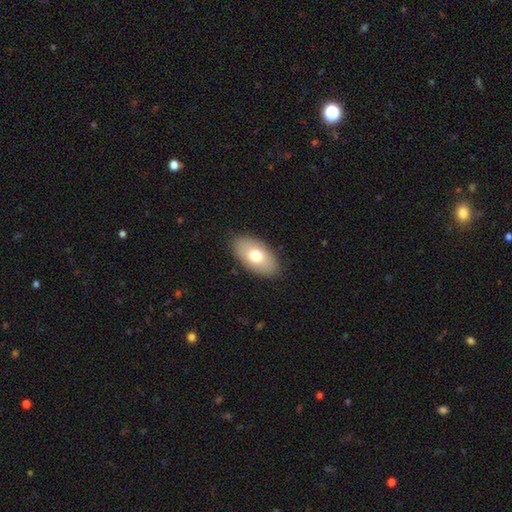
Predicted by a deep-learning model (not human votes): Overall: smooth (70%). How rounded: in between (94%). Merging: none (87%).